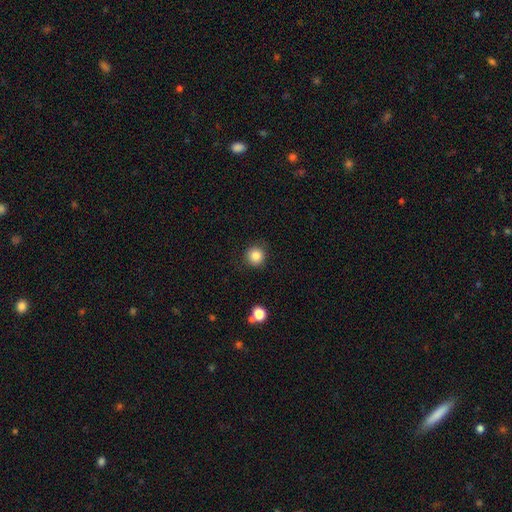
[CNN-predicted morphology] type=smooth (84%); roundness=round (93%); merging=none (86%).